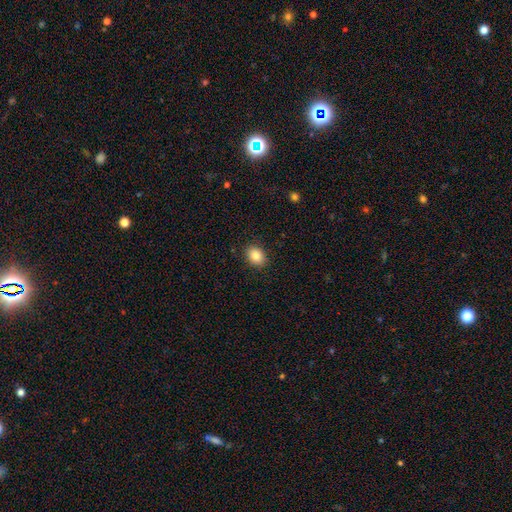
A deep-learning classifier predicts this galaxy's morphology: The model was most divided on "how rounded": in between: 63%, round: 37%, cigar-shaped: 1%. More confident: merging — none (89%); smooth or featured — smooth (85%).